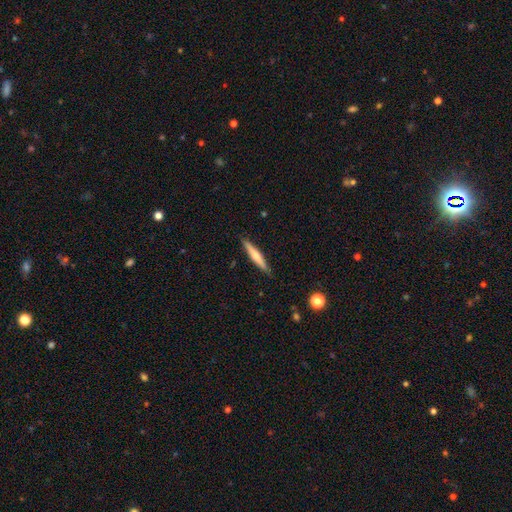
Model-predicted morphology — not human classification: A smooth galaxy with no disk features (51%) that is cigar-shaped (93%). Merging: none (89%).